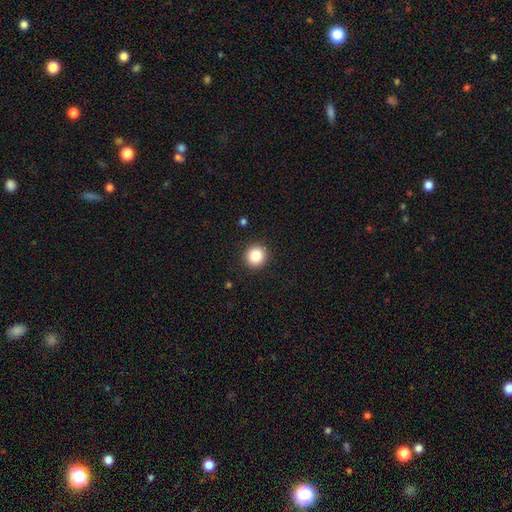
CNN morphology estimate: A smooth galaxy with no disk features (85%) that is round (92%). Merging: none (91%).